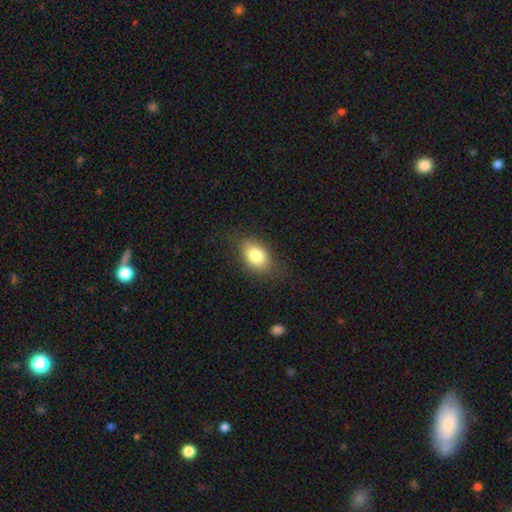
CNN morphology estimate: Smooth or featured: smooth — 78% (featured or disk — 13%)
How rounded: in between — 82% (round — 16%)
Merging: none — 77% (minor disturbance — 16%)